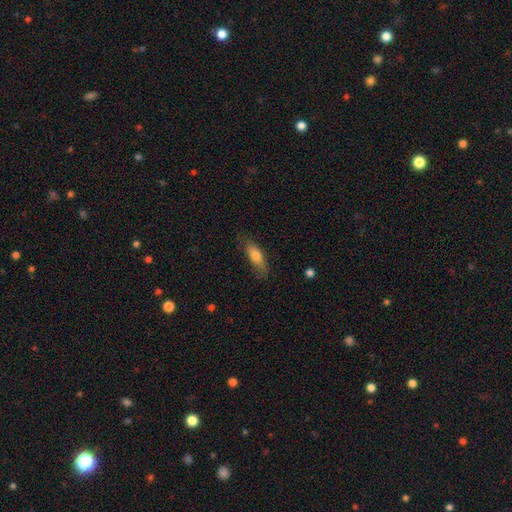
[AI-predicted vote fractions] Overall: smooth (72%). How rounded: in between (62%; cigar-shaped 35%). Merging: none (74%).